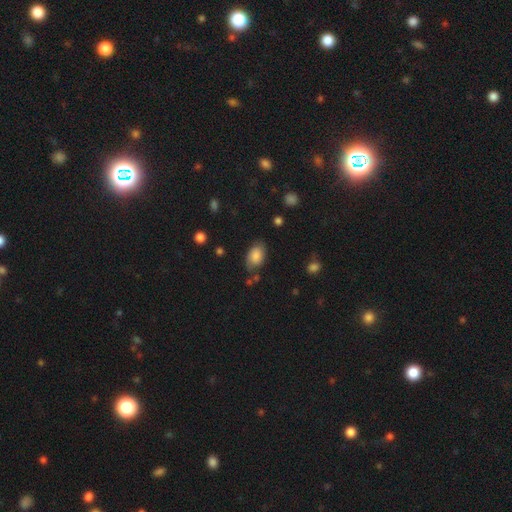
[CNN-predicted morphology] Overall: smooth (79%). How rounded: in between (89%). Merging: none (70%).